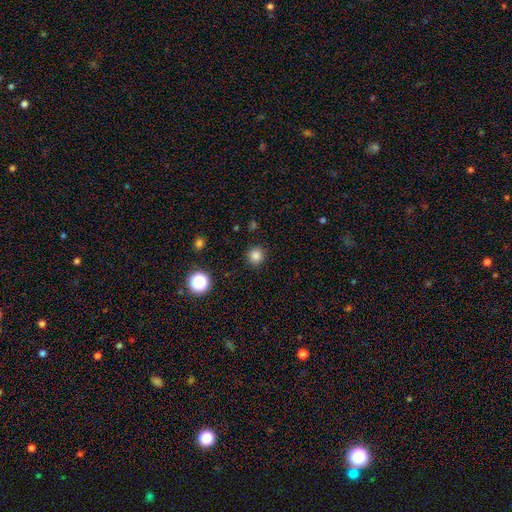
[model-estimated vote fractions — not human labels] Overall: smooth (82%). How rounded: round (94%). Merging: none (90%).